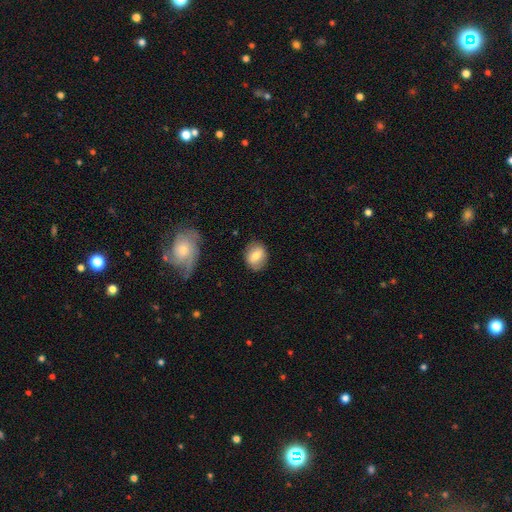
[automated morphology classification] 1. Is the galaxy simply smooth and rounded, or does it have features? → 68% smooth, 25% featured or disk, 8% star or artifact.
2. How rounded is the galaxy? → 50% round, 49% in between, 1% cigar-shaped.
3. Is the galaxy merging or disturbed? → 84% none, 11% minor disturbance, 3% major disturbance, 2% merger.